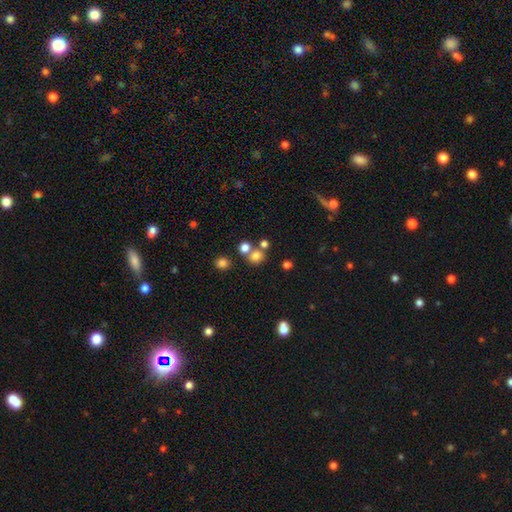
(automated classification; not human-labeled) This is likely a smooth galaxy (73%). How rounded: clearly round (83%). Merging: likely none (61%).